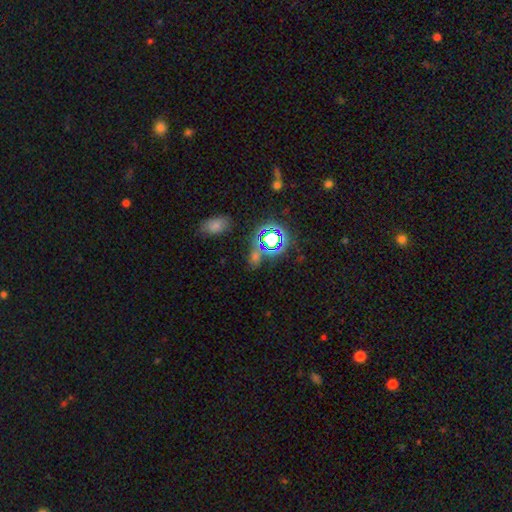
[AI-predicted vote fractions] A star or artifact, not a galaxy (61%).

Vote fractions:
- Smooth or featured? star or artifact: 61% / smooth: 30% / featured or disk: 10%